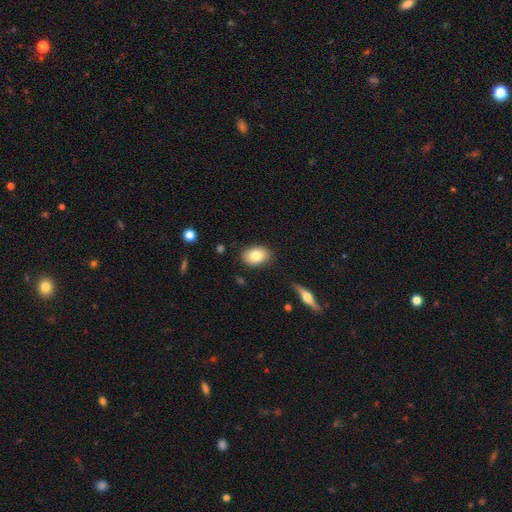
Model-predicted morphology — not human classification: A smooth galaxy with no disk features (79%) that is in between round and cigar-shaped (85%). Merging: none (85%).